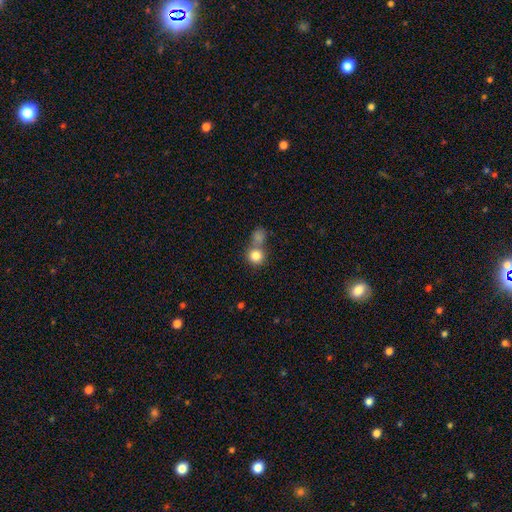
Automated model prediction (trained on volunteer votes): Morphology: type=smooth (82%); roundness=round (89%); merging=none (50%).